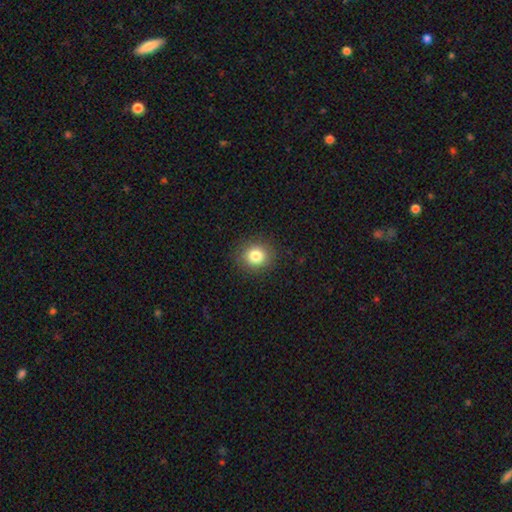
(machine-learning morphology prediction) A smooth galaxy with no disk features (83%) that is round (83%).

Vote fractions:
- Smooth or featured? smooth: 83% / star or artifact: 11% / featured or disk: 7%
- How rounded? round: 83% / in between: 16% / cigar-shaped: 1%
- Merging? none: 89% / minor disturbance: 7% / major disturbance: 2% / merger: 1%